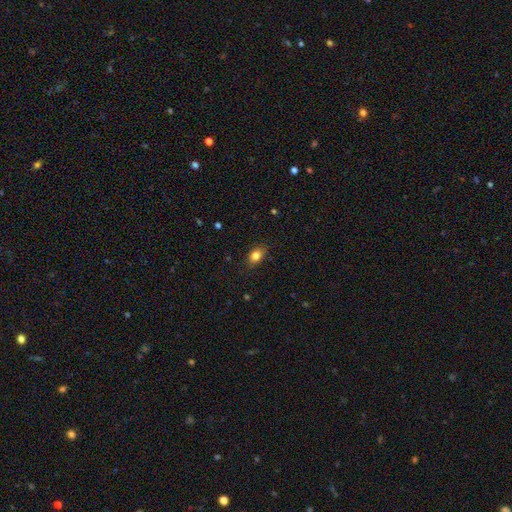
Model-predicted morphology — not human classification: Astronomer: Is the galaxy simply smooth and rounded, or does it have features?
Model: smooth — 82%.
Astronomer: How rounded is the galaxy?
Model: in between — 74%.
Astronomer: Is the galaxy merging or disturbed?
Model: none — 83%.